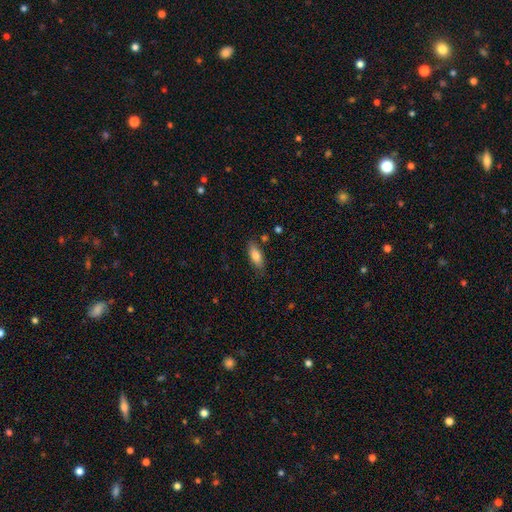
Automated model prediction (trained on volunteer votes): A smooth galaxy with no disk features (79%) that is in between round and cigar-shaped (74%).

Vote fractions:
- Smooth or featured? smooth: 79% / featured or disk: 14% / star or artifact: 7%
- How rounded? in between: 74% / cigar-shaped: 24% / round: 2%
- Merging? none: 79% / minor disturbance: 15% / major disturbance: 3% / merger: 3%